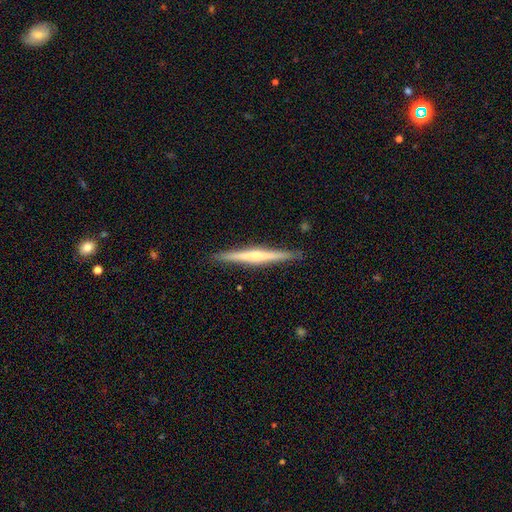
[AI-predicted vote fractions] featured or disk 72%, smooth 22%, star or artifact 5%. Down the decision tree: edge-on disk — yes (98%); edge-on bulge — rounded (78%); merging — none (91%).